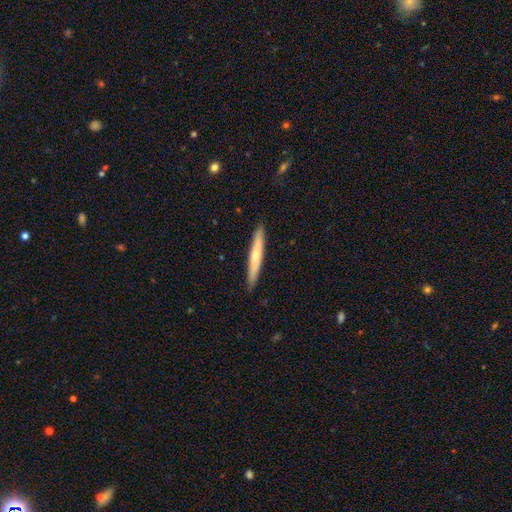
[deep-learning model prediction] Q: Smooth or featured?
A: smooth (58%); runner-up: featured or disk (37%)
Q: How rounded?
A: cigar-shaped (96%); runner-up: in between (3%)
Q: Merging?
A: none (91%); runner-up: minor disturbance (7%)